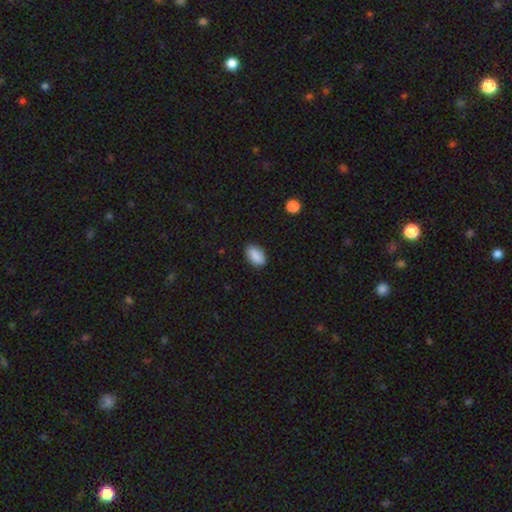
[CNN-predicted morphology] Overall: smooth (88%). How rounded: in between (91%). Merging: none (85%).